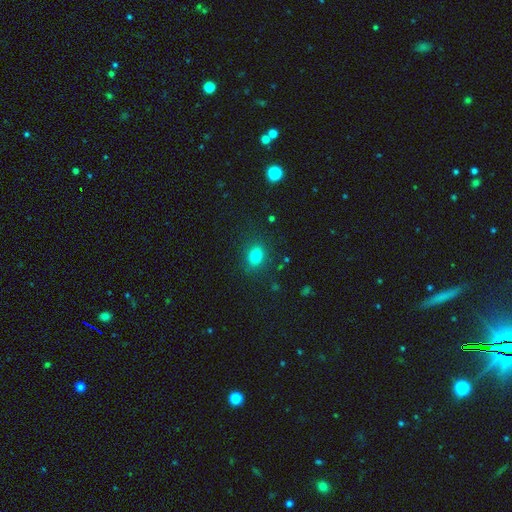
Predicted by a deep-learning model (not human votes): A smooth galaxy with no disk features (81%) that is in between round and cigar-shaped (61%).

Vote fractions:
- Smooth or featured? smooth: 81% / star or artifact: 12% / featured or disk: 7%
- How rounded? in between: 61% / round: 37% / cigar-shaped: 1%
- Merging? none: 85% / minor disturbance: 10% / major disturbance: 3% / merger: 2%